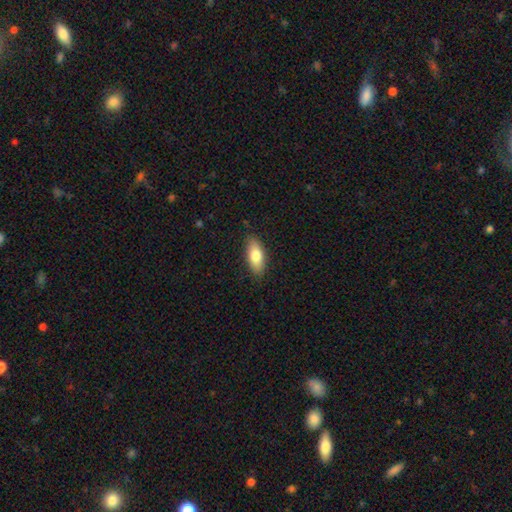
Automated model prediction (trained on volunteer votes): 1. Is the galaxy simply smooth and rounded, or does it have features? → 77% smooth, 16% featured or disk, 7% star or artifact.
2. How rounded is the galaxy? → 79% in between, 18% cigar-shaped, 3% round.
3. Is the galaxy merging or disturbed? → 86% none, 11% minor disturbance, 2% major disturbance, 1% merger.